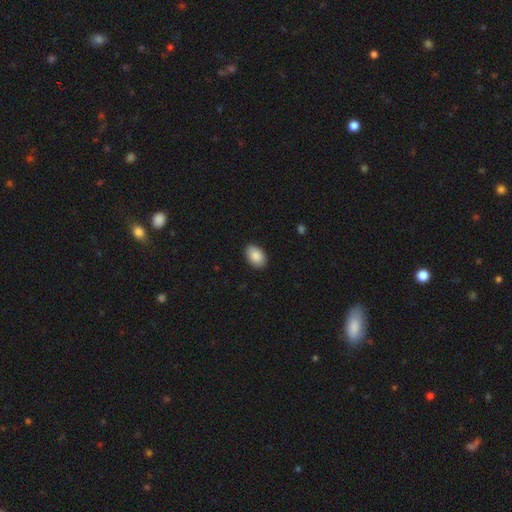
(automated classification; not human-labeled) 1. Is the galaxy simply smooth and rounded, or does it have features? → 89% smooth, 7% star or artifact, 5% featured or disk.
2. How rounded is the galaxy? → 90% in between, 9% round, 1% cigar-shaped.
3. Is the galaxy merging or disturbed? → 88% none, 9% minor disturbance, 2% major disturbance, 1% merger.